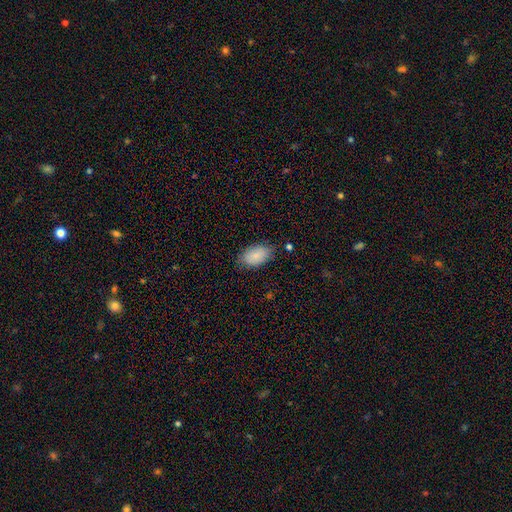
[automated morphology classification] Overall: smooth (87%). How rounded: in between (94%). Merging: none (78%).